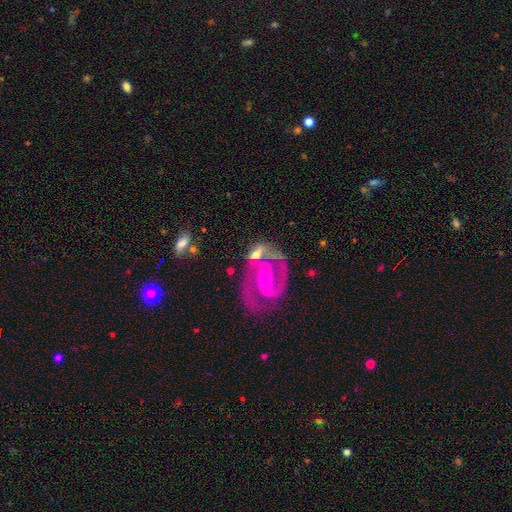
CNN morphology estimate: The model was most divided on "bar": strong: 52%, weak: 31%, no: 17%. More confident: edge-on disk — no (96%); spiral arms — yes (92%); spiral arm count — 2 (88%); smooth or featured — featured or disk (85%); bulge size — small (61%); spiral winding — medium (56%); merging — none (51%).